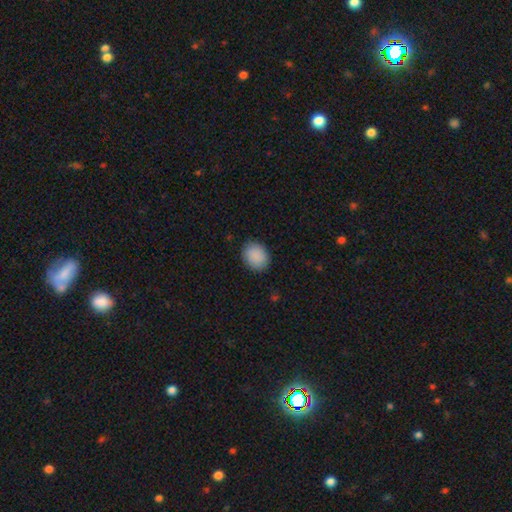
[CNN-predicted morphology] smooth_or_featured: smooth (p=0.90) [alt: star or artifact p=0.07]
how_rounded: in between (p=0.55) [alt: round p=0.44]
merging: none (p=0.87) [alt: minor disturbance p=0.10]